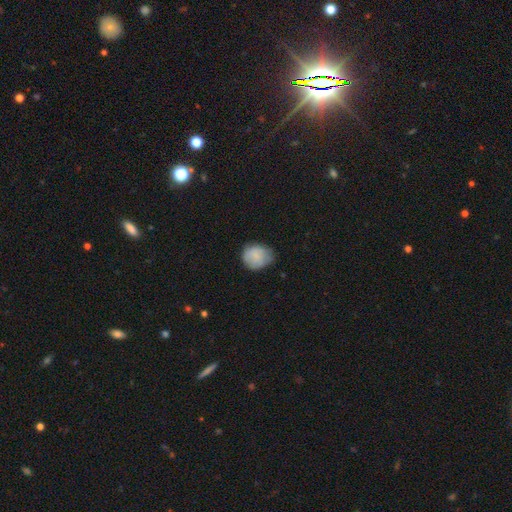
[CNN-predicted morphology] smooth_or_featured: smooth (p=0.81) [alt: featured or disk p=0.11]
how_rounded: round (p=0.66) [alt: in between p=0.34]
merging: none (p=0.61) [alt: minor disturbance p=0.31]